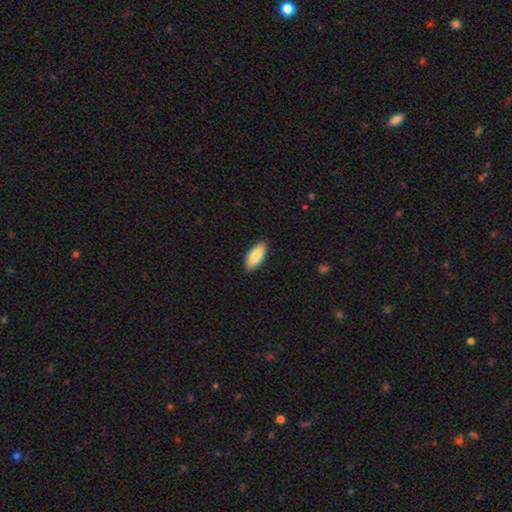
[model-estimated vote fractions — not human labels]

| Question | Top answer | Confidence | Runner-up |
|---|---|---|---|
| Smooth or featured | smooth | 85% | featured or disk (9%) |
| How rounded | in between | 88% | cigar-shaped (10%) |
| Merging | none | 88% | minor disturbance (9%) |